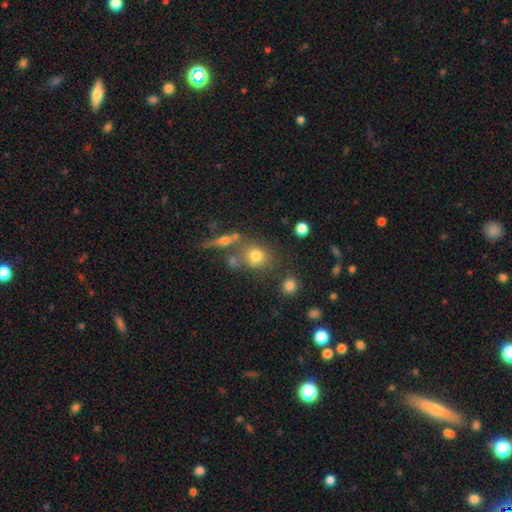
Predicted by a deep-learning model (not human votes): smooth 71%, featured or disk 15%, star or artifact 14%. Down the decision tree: how rounded — round (69%); merging — none (65%).